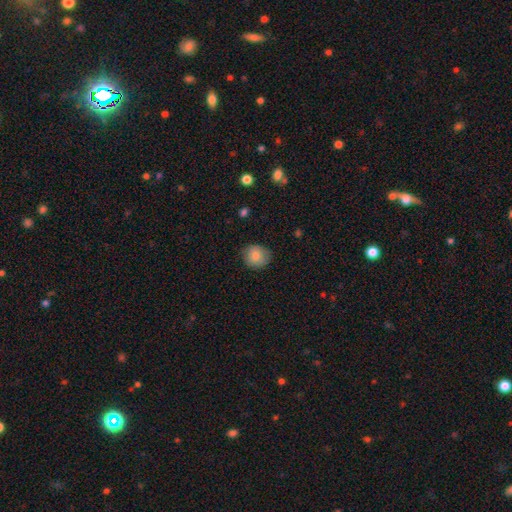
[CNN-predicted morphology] Q: Smooth or featured?
A: smooth (83%); runner-up: featured or disk (8%)
Q: How rounded?
A: round (83%); runner-up: in between (16%)
Q: Merging?
A: none (84%); runner-up: minor disturbance (13%)